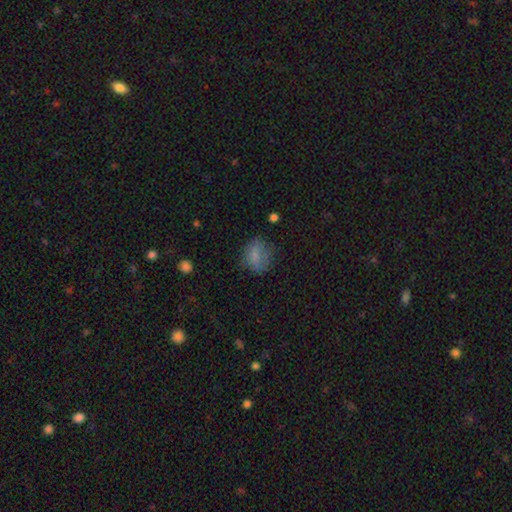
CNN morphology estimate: smooth 74%, featured or disk 15%, star or artifact 11%. Down the decision tree: how rounded — in between (53%); merging — none (63%).